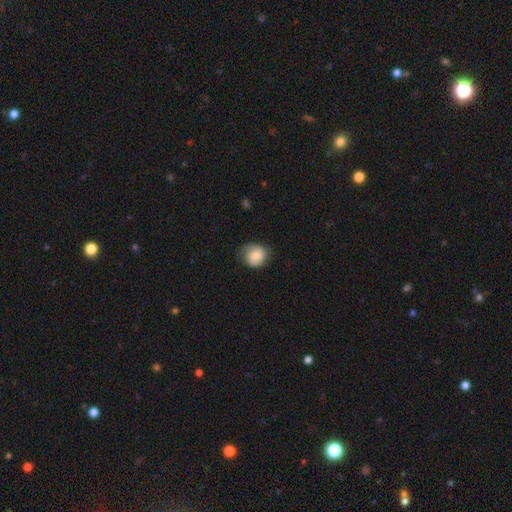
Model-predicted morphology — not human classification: smooth 64%, featured or disk 29%, star or artifact 8%. Down the decision tree: how rounded — round (74%); merging — none (58%).